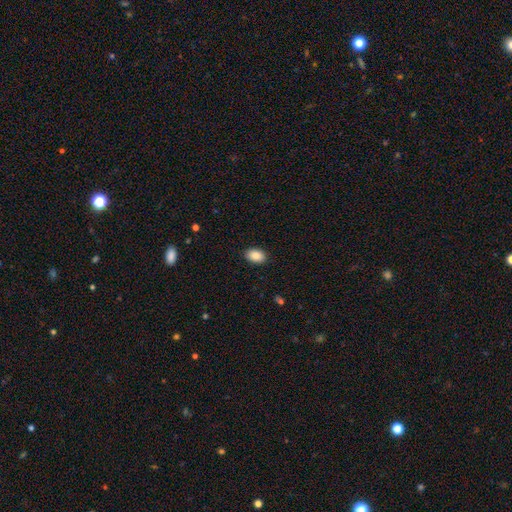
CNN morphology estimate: A smooth galaxy with no disk features (89%) that is in between round and cigar-shaped (87%).

Vote fractions:
- Smooth or featured? smooth: 89% / star or artifact: 7% / featured or disk: 4%
- How rounded? in between: 87% / round: 12% / cigar-shaped: 1%
- Merging? none: 89% / minor disturbance: 8% / major disturbance: 2% / merger: 1%